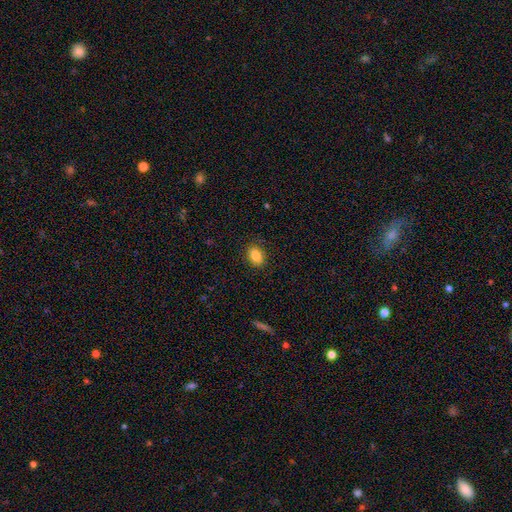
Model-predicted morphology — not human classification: Smooth or featured? smooth (86%)
How rounded? in between (78%)
Merging? none (86%)